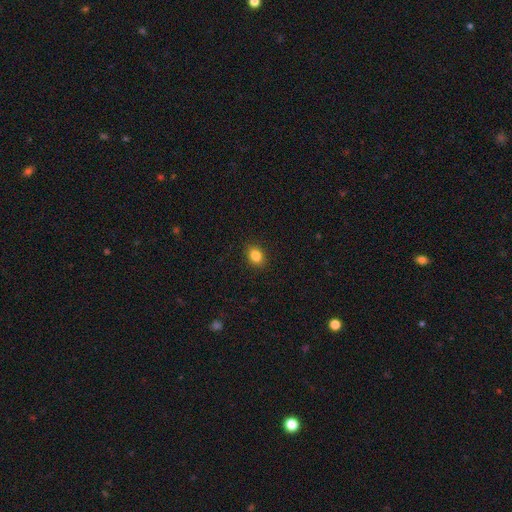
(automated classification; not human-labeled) This is clearly a smooth galaxy (85%). How rounded: possibly in between (60%). Merging: clearly none (89%).